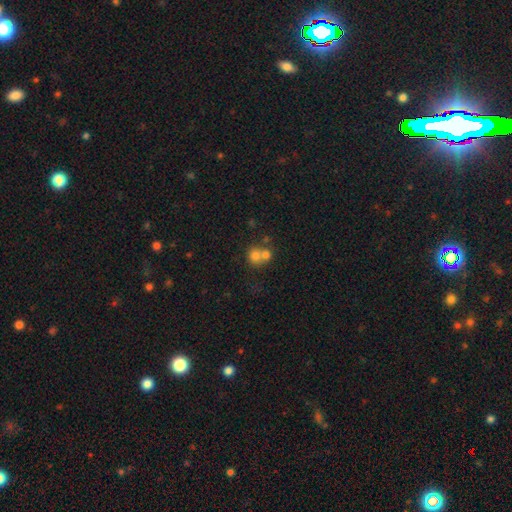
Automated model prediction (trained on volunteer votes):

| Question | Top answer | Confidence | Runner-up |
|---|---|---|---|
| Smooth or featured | smooth | 71% | featured or disk (16%) |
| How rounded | round | 81% | in between (18%) |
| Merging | merger | 59% | none (33%) |